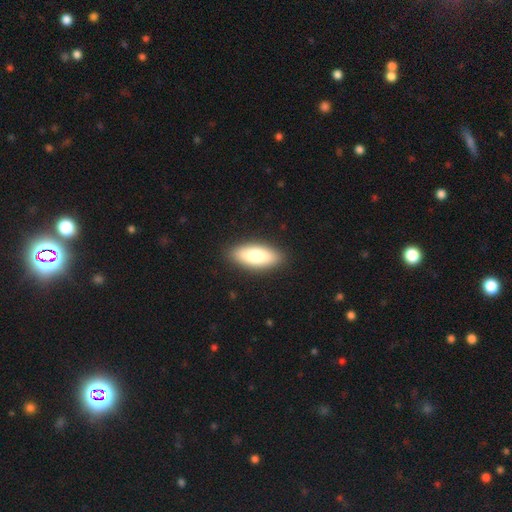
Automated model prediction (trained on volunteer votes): Smooth or featured?
  - smooth: 78% *
  - featured or disk: 17%
  - star or artifact: 6%
How rounded?
  - in between: 80% *
  - cigar-shaped: 17%
  - round: 2%
Merging?
  - none: 90% *
  - minor disturbance: 8%
  - major disturbance: 2%
  - merger: 1%